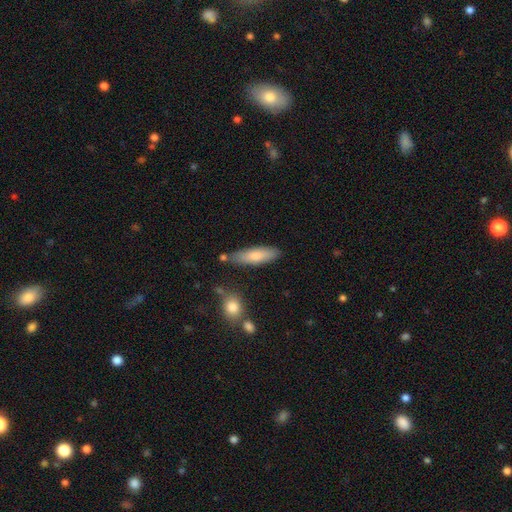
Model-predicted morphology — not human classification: Overall: smooth (75%). How rounded: cigar-shaped (57%; in between 41%). Merging: none (75%).